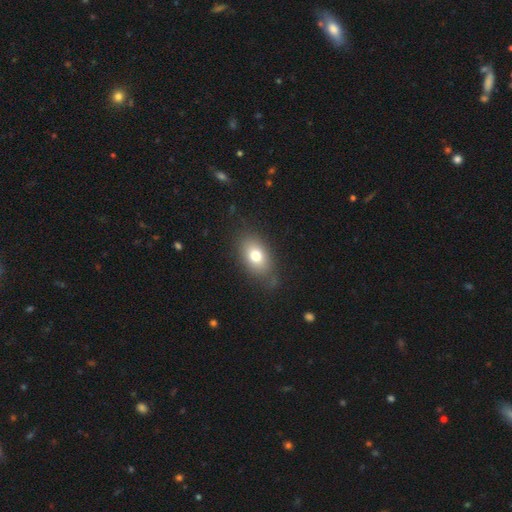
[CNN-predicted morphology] Smooth or featured?
  - smooth: 75% *
  - featured or disk: 16%
  - star or artifact: 10%
How rounded?
  - in between: 84% *
  - round: 14%
  - cigar-shaped: 2%
Merging?
  - none: 75% *
  - minor disturbance: 18%
  - major disturbance: 6%
  - merger: 2%